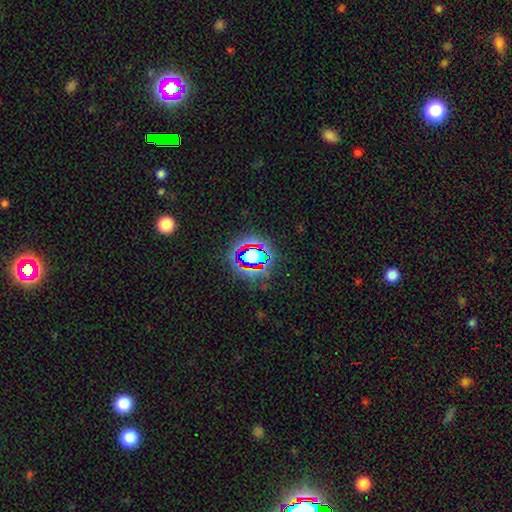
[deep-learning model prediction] A star or artifact, not a galaxy (58%).

Vote fractions:
- Smooth or featured? star or artifact: 58% / smooth: 29% / featured or disk: 14%